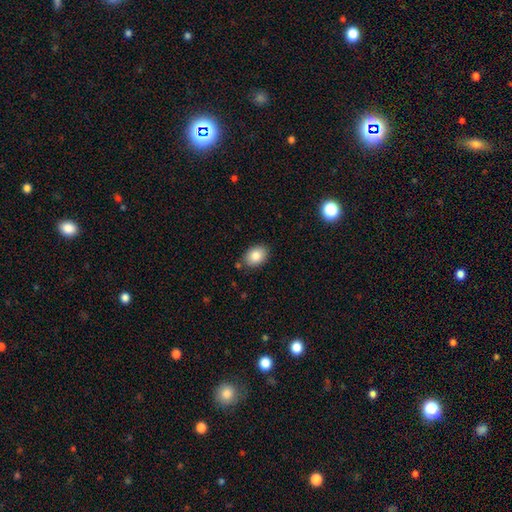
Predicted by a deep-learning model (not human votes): A smooth galaxy with no disk features (84%) that is in between round and cigar-shaped (76%). Merging: none (83%).